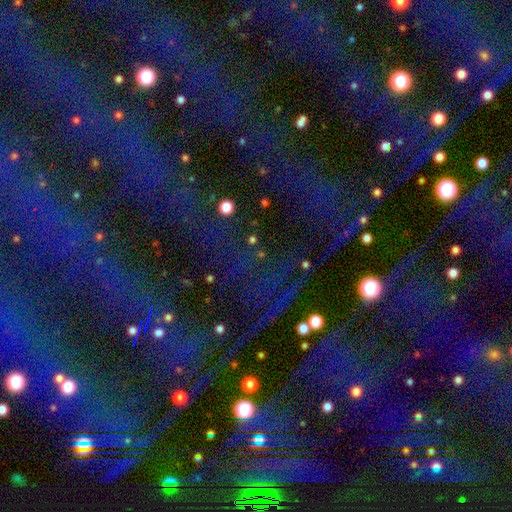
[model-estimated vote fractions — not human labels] smooth-or-featured: star or artifact: 84% | smooth: 9% | featured or disk: 8%